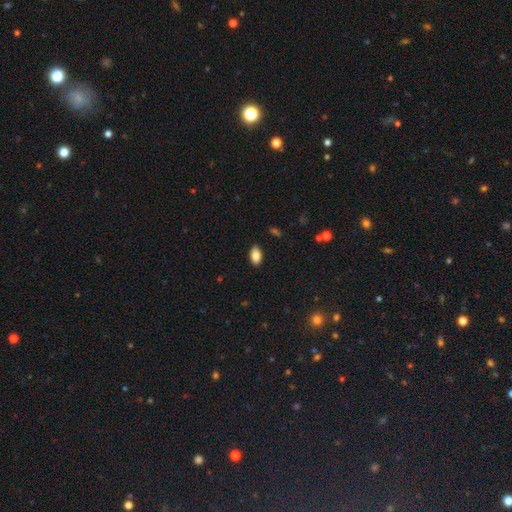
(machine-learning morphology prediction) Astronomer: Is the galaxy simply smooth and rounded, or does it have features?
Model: smooth — 84%.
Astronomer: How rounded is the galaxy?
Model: in between — 93%.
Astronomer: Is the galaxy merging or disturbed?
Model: none — 88%.